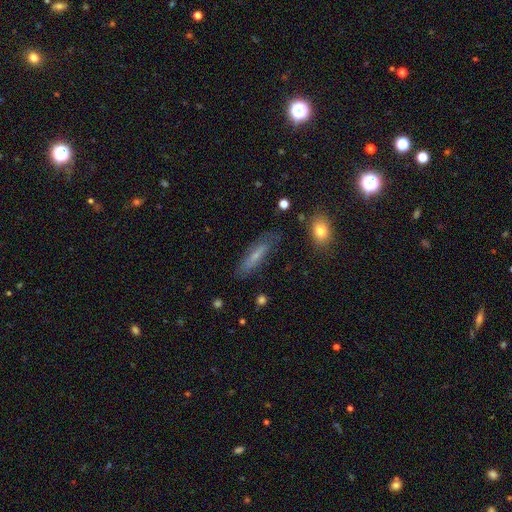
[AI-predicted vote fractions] Smooth or featured? smooth (54%)
How rounded? cigar-shaped (72%)
Merging? none (78%)